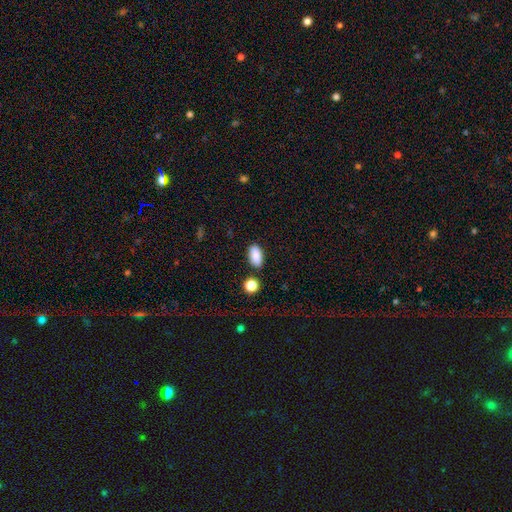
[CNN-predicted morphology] Smooth or featured?
  - smooth: 88% *
  - star or artifact: 7%
  - featured or disk: 4%
How rounded?
  - in between: 91% *
  - round: 5%
  - cigar-shaped: 4%
Merging?
  - none: 84% *
  - minor disturbance: 9%
  - merger: 4%
  - major disturbance: 2%